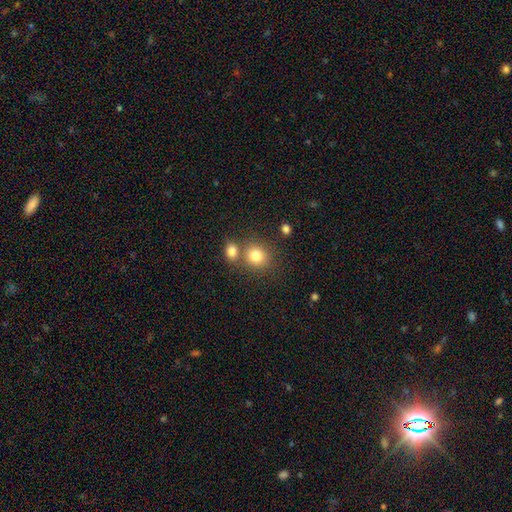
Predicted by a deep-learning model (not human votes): smooth 81%, star or artifact 11%, featured or disk 8%. Down the decision tree: how rounded — round (79%); merging — none (60%).